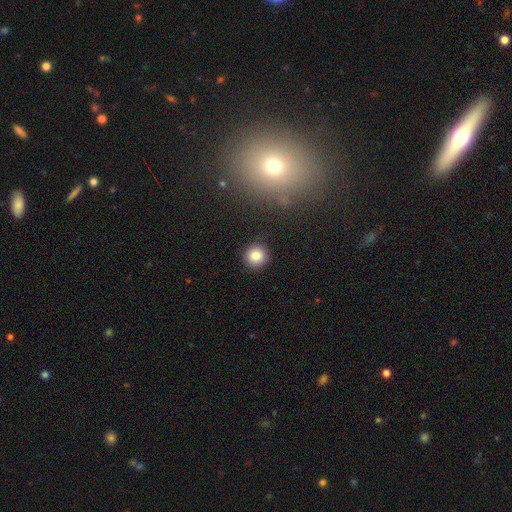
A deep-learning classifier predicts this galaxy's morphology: type=smooth (84%); roundness=round (93%); merging=none (91%).